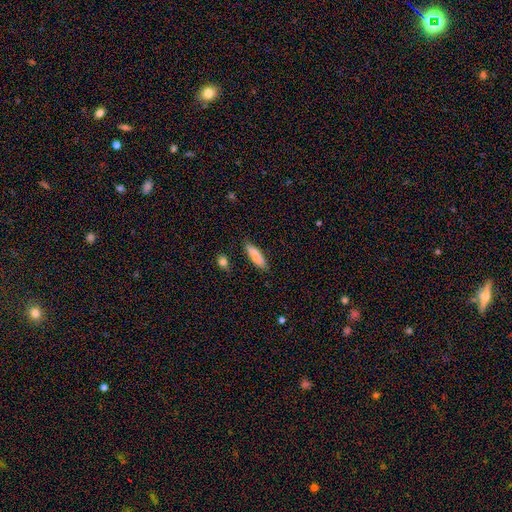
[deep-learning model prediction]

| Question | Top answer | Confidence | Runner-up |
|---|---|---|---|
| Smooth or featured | smooth | 83% | featured or disk (11%) |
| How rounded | cigar-shaped | 62% | in between (36%) |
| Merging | none | 82% | minor disturbance (14%) |